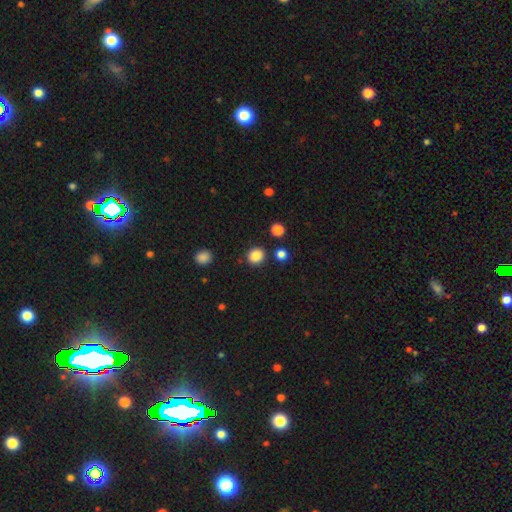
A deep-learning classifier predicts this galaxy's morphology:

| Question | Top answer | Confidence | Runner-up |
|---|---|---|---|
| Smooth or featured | smooth | 85% | star or artifact (11%) |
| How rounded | round | 83% | in between (16%) |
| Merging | none | 86% | minor disturbance (7%) |